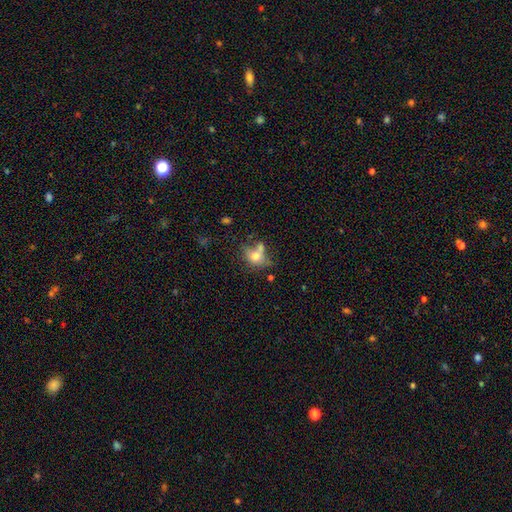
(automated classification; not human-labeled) A smooth galaxy with no disk features (70%) that is round (49%, tied with in between).

Vote fractions:
- Smooth or featured? smooth: 70% / featured or disk: 19% / star or artifact: 12%
- How rounded? round: 49% (tied) / in between: 49% (tied) / cigar-shaped: 2%
- Merging? none: 38% / merger: 30% / minor disturbance: 19% / major disturbance: 13%